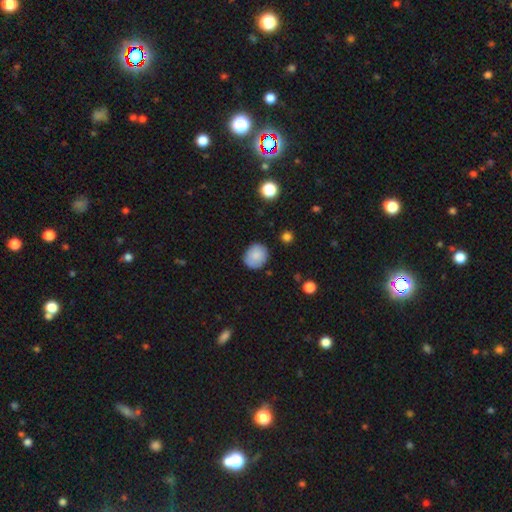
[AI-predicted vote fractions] Q: Smooth or featured?
A: smooth (84%); runner-up: star or artifact (8%)
Q: How rounded?
A: round (80%); runner-up: in between (19%)
Q: Merging?
A: none (81%); runner-up: minor disturbance (14%)